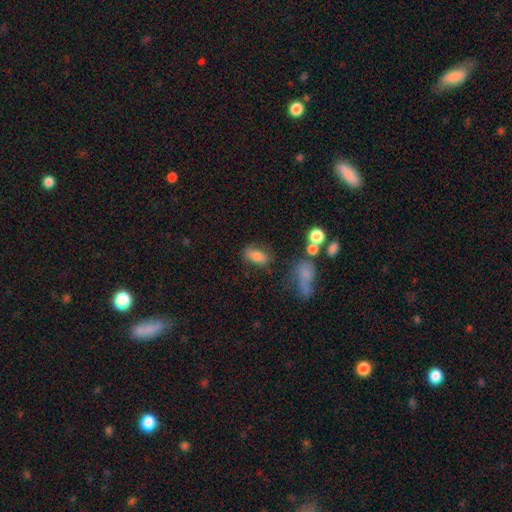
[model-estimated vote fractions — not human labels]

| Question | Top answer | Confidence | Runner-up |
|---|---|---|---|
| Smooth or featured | smooth | 76% | featured or disk (13%) |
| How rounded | in between | 82% | cigar-shaped (10%) |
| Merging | none | 72% | minor disturbance (16%) |